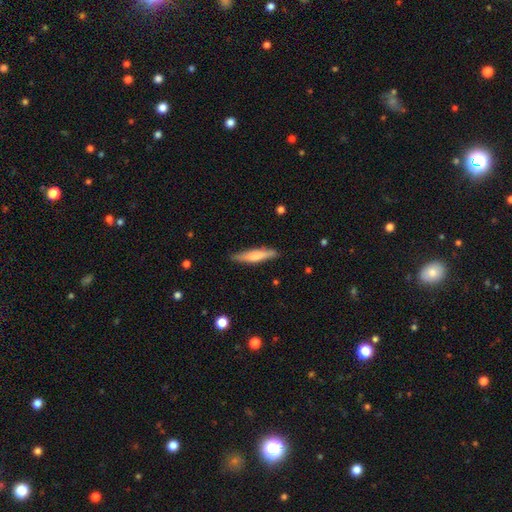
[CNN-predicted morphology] A smooth galaxy with no disk features (62%) that is cigar-shaped (85%).

Vote fractions:
- Smooth or featured? smooth: 62% / featured or disk: 33% / star or artifact: 6%
- How rounded? cigar-shaped: 85% / in between: 14% / round: 1%
- Merging? none: 85% / minor disturbance: 11% / major disturbance: 2% / merger: 1%